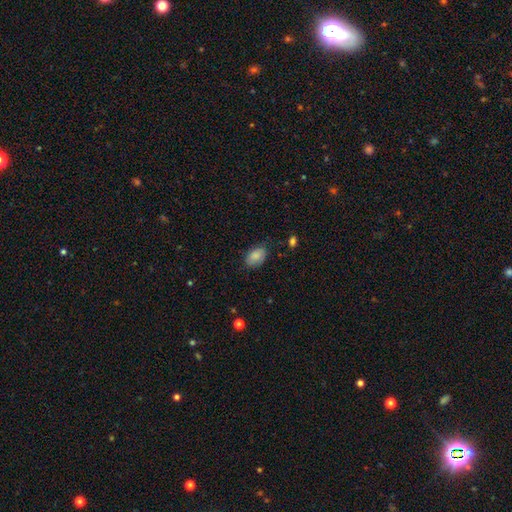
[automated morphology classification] smooth-or-featured: smooth: 86% | star or artifact: 7% | featured or disk: 7%
  how-rounded: in between: 88% | round: 11% | cigar-shaped: 1%
  merging: none: 75% | minor disturbance: 20% | major disturbance: 4% | merger: 1%